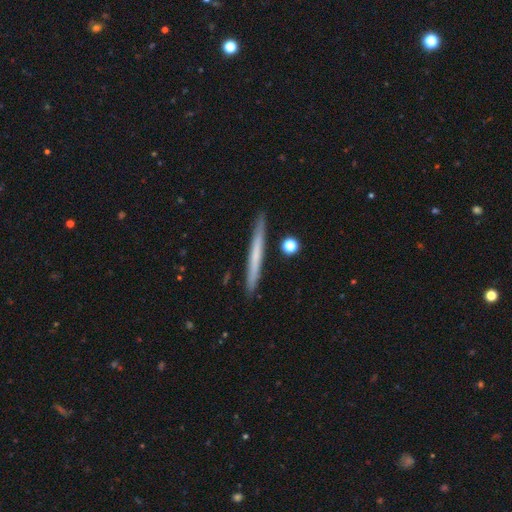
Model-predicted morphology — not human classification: Smooth or featured? Predicted: smooth (p=0.53). How rounded? Predicted: cigar-shaped (p=0.97). Merging? Predicted: none (p=0.89).